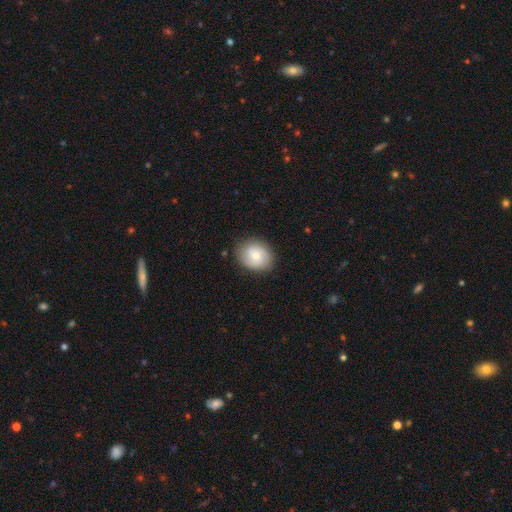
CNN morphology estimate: Smooth or featured? Predicted: smooth (p=0.55). How rounded? Predicted: round (p=0.59). Merging? Predicted: none (p=0.84).